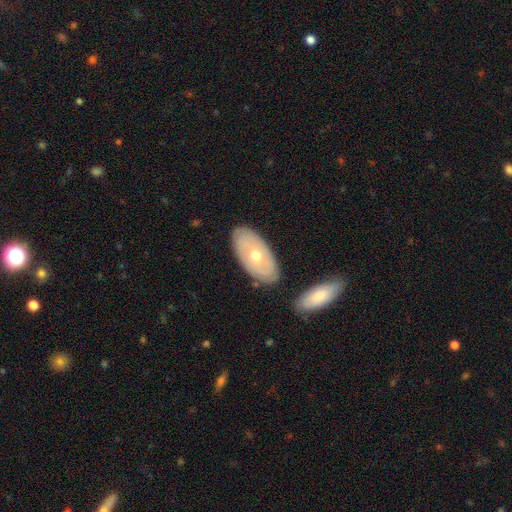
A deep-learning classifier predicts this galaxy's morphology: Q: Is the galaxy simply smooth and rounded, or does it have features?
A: featured or disk — 52%.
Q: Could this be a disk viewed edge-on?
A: no — 85%.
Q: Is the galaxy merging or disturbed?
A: none — 80%.